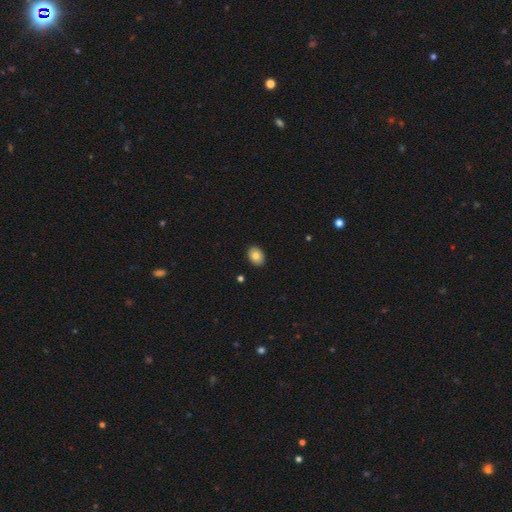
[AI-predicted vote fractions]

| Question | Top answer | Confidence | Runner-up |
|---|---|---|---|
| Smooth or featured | smooth | 81% | featured or disk (11%) |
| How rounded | in between | 72% | round (27%) |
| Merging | none | 90% | minor disturbance (7%) |